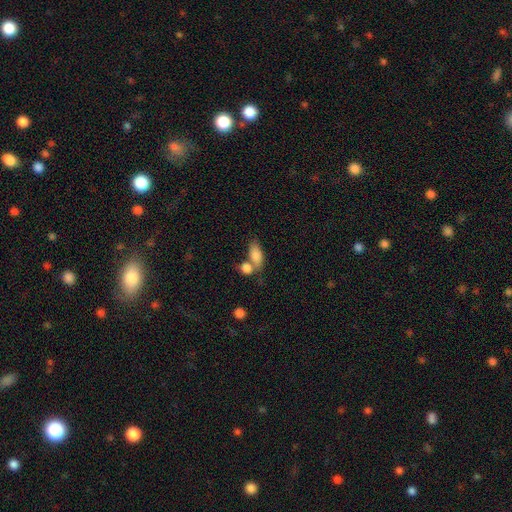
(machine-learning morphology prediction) Smooth or featured: smooth — 82% (featured or disk — 10%)
How rounded: in between — 86% (cigar-shaped — 8%)
Merging: merger — 46% (none — 38%)